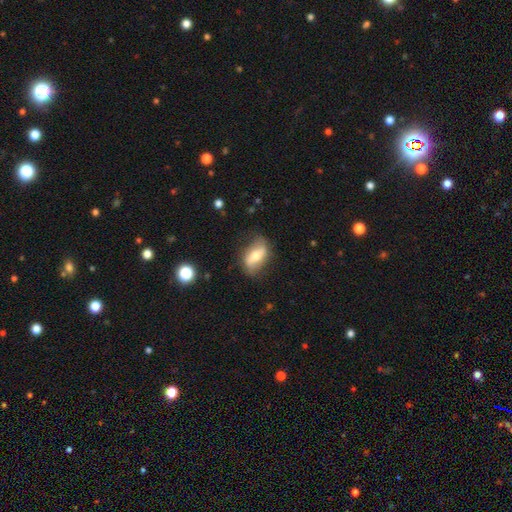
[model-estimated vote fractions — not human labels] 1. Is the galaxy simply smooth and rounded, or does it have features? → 47% featured or disk, 46% smooth, 7% star or artifact.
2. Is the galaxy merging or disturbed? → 73% none, 19% minor disturbance, 6% major disturbance, 2% merger.